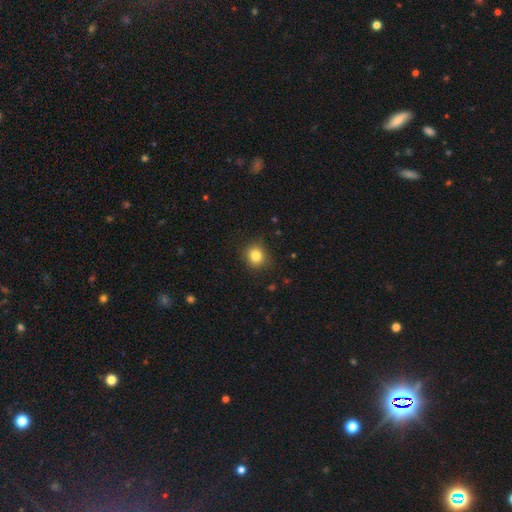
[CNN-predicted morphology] type=smooth (83%); roundness=round (83%); merging=none (85%).